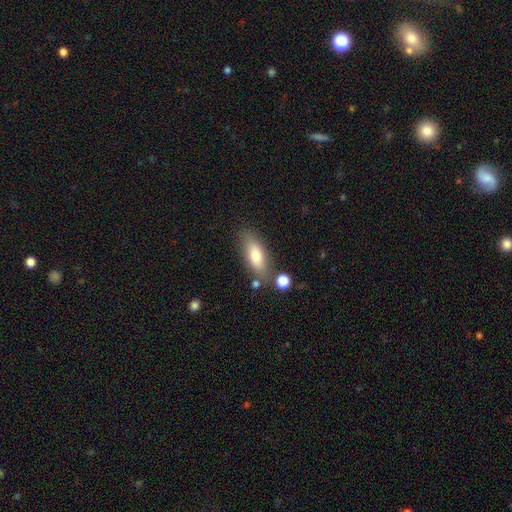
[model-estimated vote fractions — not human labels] Q: Smooth or featured?
A: smooth (74%); runner-up: featured or disk (19%)
Q: How rounded?
A: in between (68%); runner-up: cigar-shaped (29%)
Q: Merging?
A: none (73%); runner-up: minor disturbance (15%)